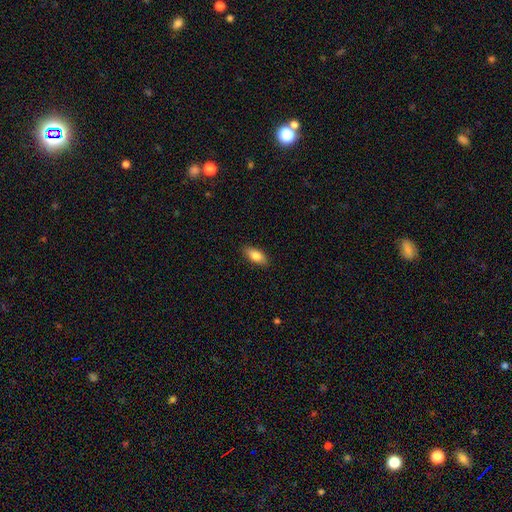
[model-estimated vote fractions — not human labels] Smooth or featured: smooth — 82% (featured or disk — 11%)
How rounded: in between — 84% (cigar-shaped — 13%)
Merging: none — 88% (minor disturbance — 9%)